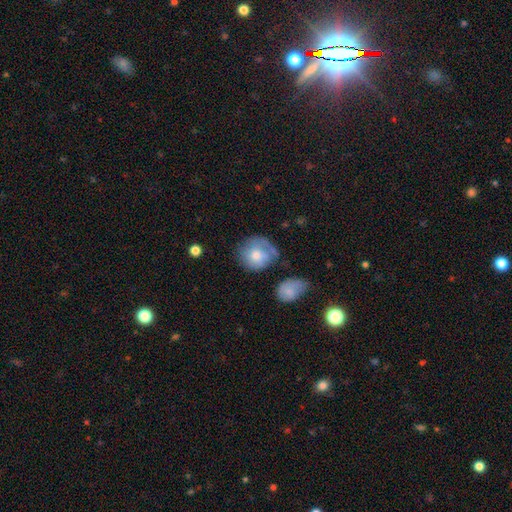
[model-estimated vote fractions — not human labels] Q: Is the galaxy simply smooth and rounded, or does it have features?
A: smooth — 64%.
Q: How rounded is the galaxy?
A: round — 76%.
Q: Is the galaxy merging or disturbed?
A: none — 45%.